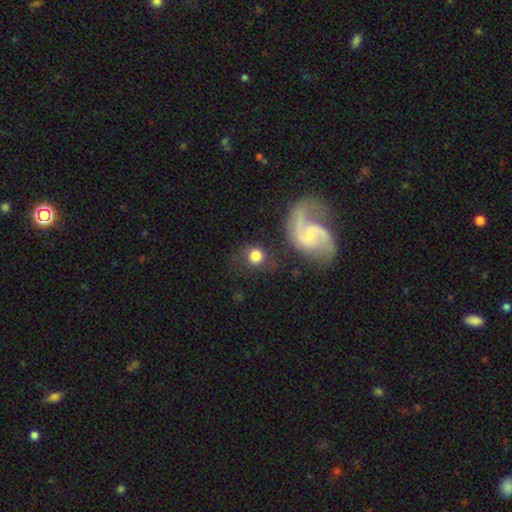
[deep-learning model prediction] A smooth galaxy with no disk features (68%) that is round (86%). Merging: none (64%).